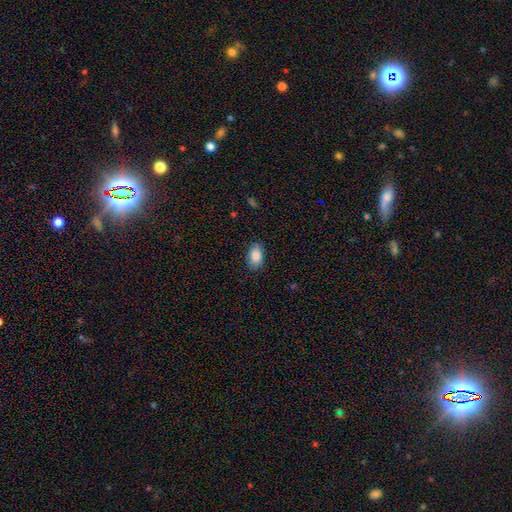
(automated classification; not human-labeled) smooth_or_featured: smooth (p=0.87) [alt: star or artifact p=0.07]
how_rounded: in between (p=0.92) [alt: round p=0.06]
merging: none (p=0.84) [alt: minor disturbance p=0.12]